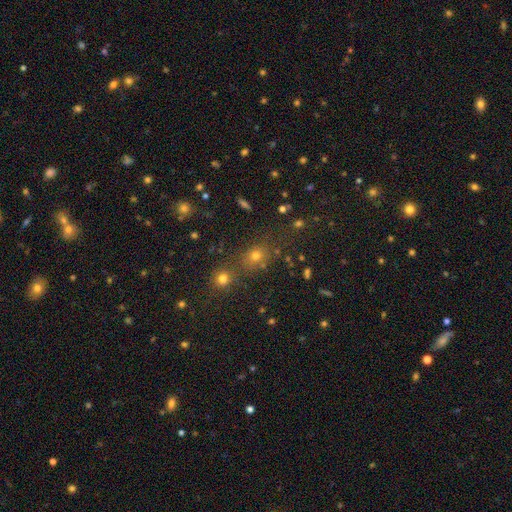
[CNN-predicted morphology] smooth-or-featured: smooth: 64% | star or artifact: 27% | featured or disk: 9%
  how-rounded: round: 63% | in between: 35% | cigar-shaped: 2%
  merging: none: 65% | merger: 19% | minor disturbance: 11% | major disturbance: 5%